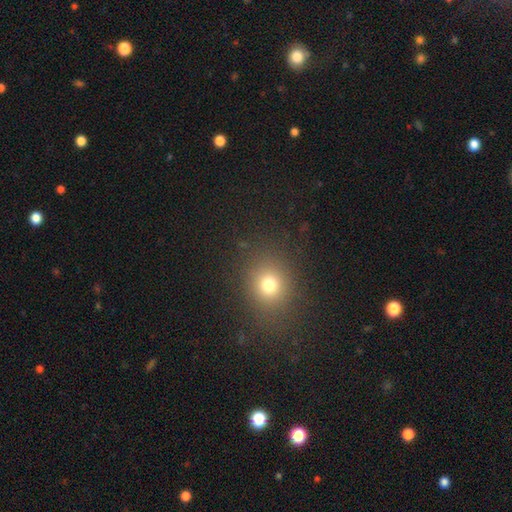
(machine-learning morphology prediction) The model was most divided on "smooth or featured": smooth: 63%, star or artifact: 30%, featured or disk: 7%. More confident: merging — none (90%); how rounded — round (70%).